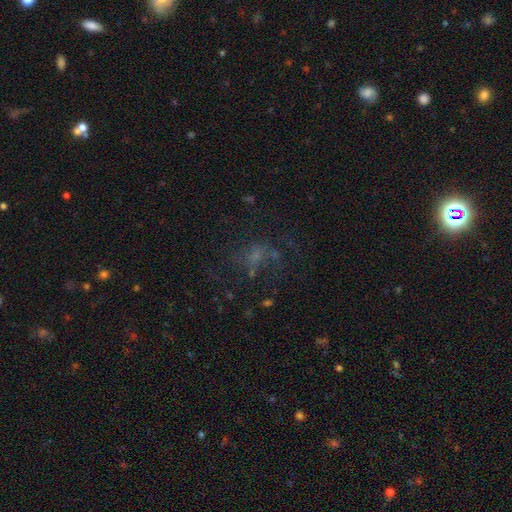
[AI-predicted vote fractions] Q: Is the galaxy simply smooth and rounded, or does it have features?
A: featured or disk — 35%.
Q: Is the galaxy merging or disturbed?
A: none — 47%.